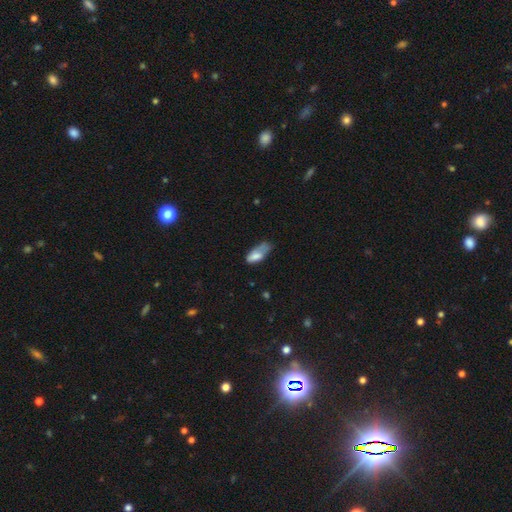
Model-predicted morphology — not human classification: This is likely a smooth galaxy (72%). How rounded: clearly in between (83%). Merging: marginally minor disturbance (38%).